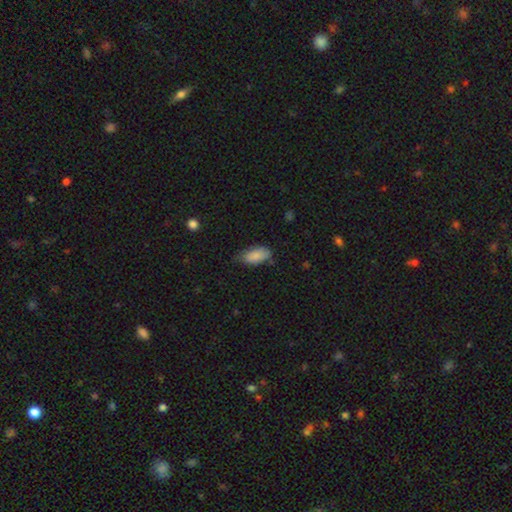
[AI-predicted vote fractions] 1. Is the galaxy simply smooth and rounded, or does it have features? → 86% smooth, 7% featured or disk, 7% star or artifact.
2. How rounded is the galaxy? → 92% in between, 5% cigar-shaped, 2% round.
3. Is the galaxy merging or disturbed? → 56% none, 36% minor disturbance, 7% major disturbance, 2% merger.